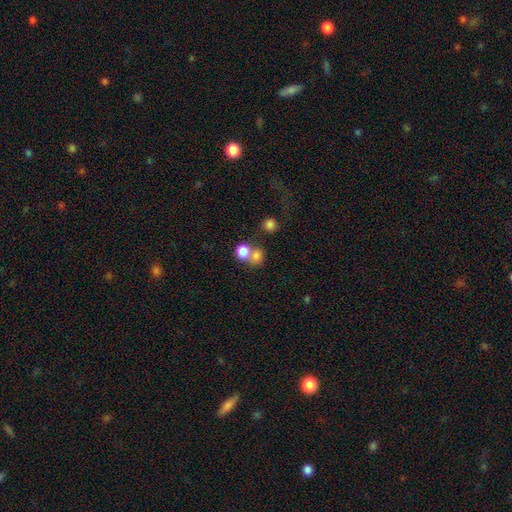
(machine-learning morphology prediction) This appears to be a smooth galaxy with no disk features (78%) that is round (69%). Merging: merger (51%).